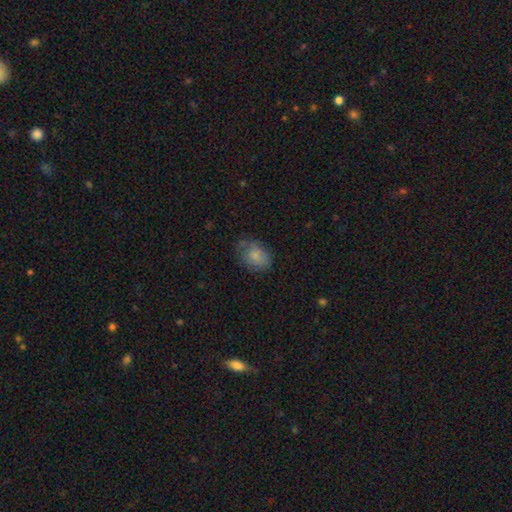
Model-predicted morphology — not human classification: A smooth galaxy with no disk features (78%) that is in between round and cigar-shaped (68%). Merging: none (58%).